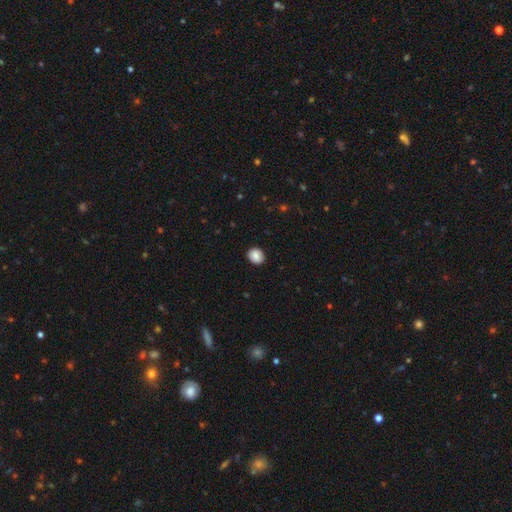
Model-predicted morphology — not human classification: This appears to be a smooth galaxy with no disk features (87%) that is round (67%). Merging: none (89%).